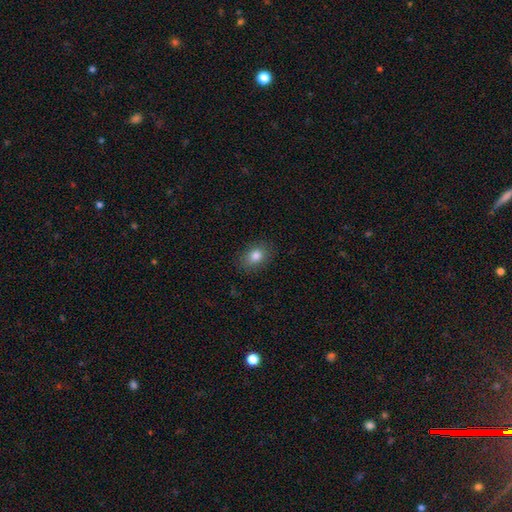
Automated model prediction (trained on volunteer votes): Overall: smooth (83%). How rounded: in between (71%). Merging: none (86%).